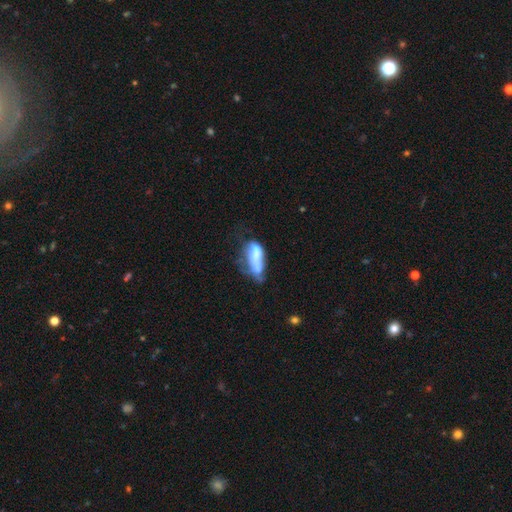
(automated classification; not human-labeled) Overall: smooth (54%; featured or disk 35%). How rounded: in between (67%; cigar-shaped 30%). Merging: major disturbance (31%; merger 26%).